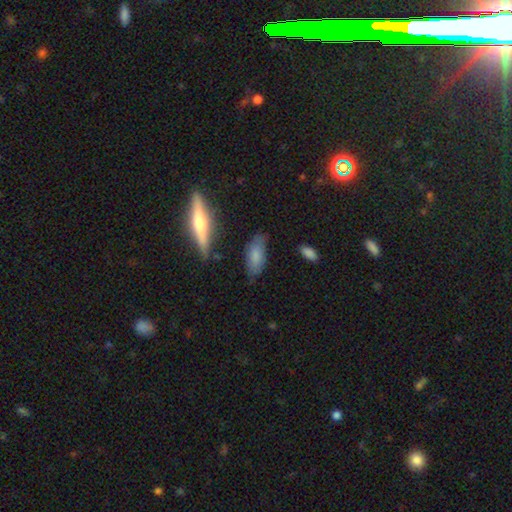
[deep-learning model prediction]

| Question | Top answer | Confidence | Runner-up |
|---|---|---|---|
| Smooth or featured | smooth | 75% | featured or disk (18%) |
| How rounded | in between | 81% | cigar-shaped (16%) |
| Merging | none | 72% | minor disturbance (21%) |